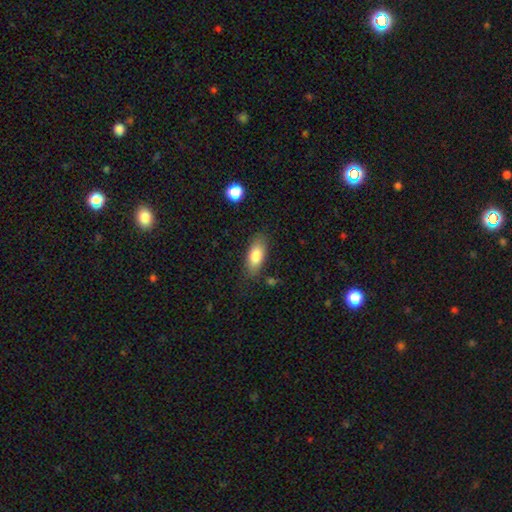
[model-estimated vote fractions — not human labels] smooth-or-featured: smooth: 83% | featured or disk: 11% | star or artifact: 7%
  how-rounded: in between: 83% | cigar-shaped: 15% | round: 3%
  merging: none: 79% | minor disturbance: 15% | major disturbance: 4% | merger: 2%